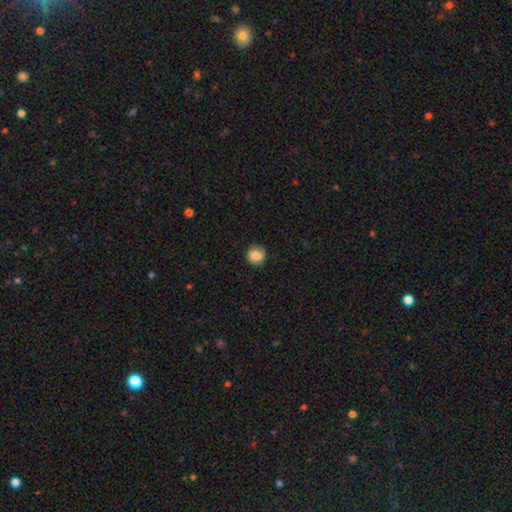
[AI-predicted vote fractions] Smooth or featured? Predicted: smooth (p=0.80). How rounded? Predicted: round (p=0.88). Merging? Predicted: none (p=0.85).